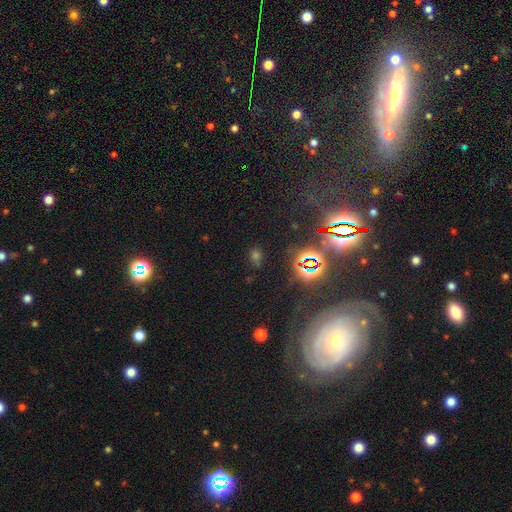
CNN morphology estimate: star or artifact 57%, smooth 31%, featured or disk 12%.